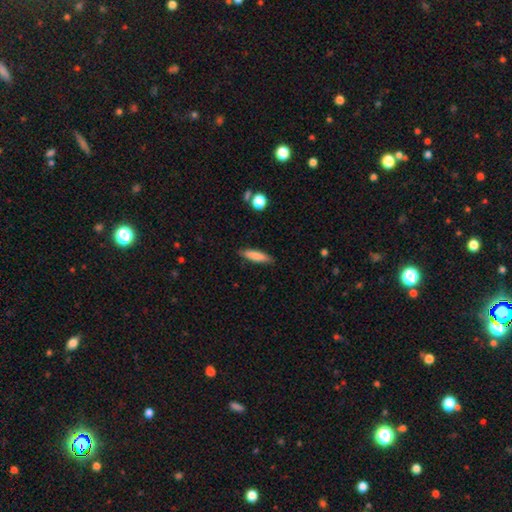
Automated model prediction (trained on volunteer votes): Smooth or featured? smooth (81%)
How rounded? cigar-shaped (73%)
Merging? none (87%)